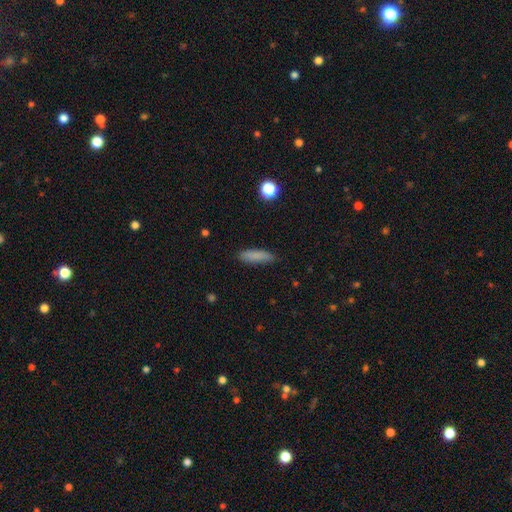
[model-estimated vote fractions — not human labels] Smooth or featured? smooth (84%)
How rounded? cigar-shaped (61%)
Merging? none (84%)